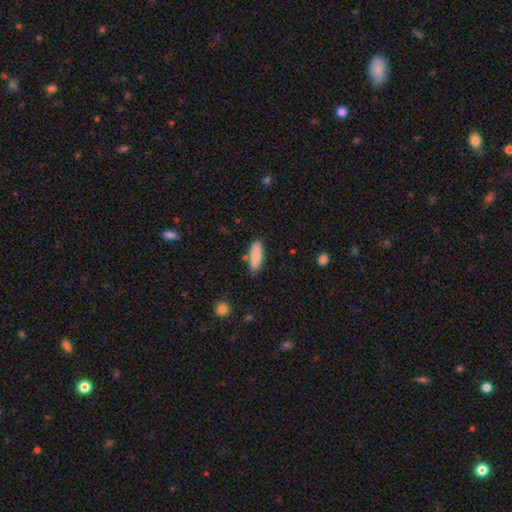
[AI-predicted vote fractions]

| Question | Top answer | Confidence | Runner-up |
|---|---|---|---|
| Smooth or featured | smooth | 87% | featured or disk (7%) |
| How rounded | in between | 70% | cigar-shaped (29%) |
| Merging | none | 77% | minor disturbance (15%) |